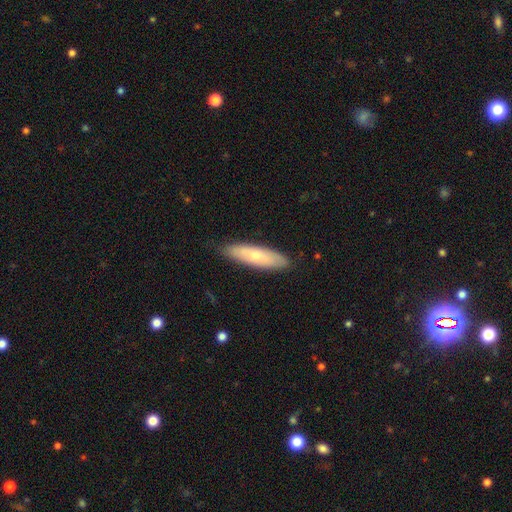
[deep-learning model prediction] Q: Smooth or featured?
A: smooth (61%); runner-up: featured or disk (33%)
Q: How rounded?
A: cigar-shaped (64%); runner-up: in between (34%)
Q: Merging?
A: none (84%); runner-up: minor disturbance (13%)